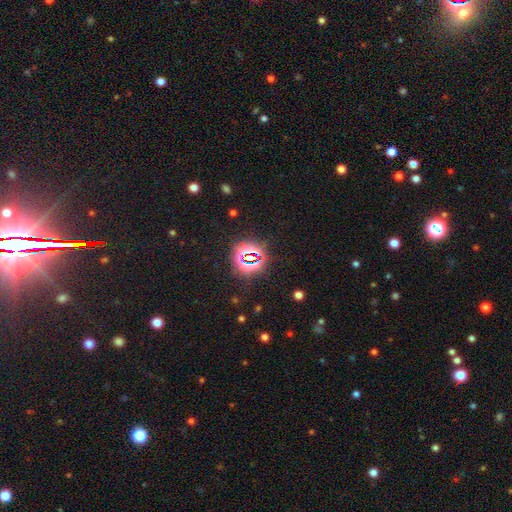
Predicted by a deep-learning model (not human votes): Morphology: type=star or artifact (77%).